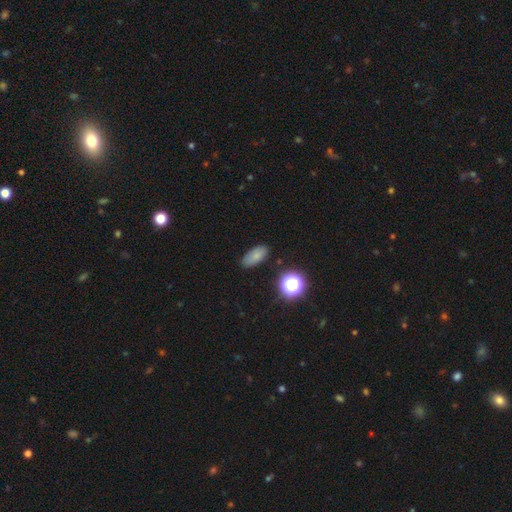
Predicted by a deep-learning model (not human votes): This appears to be a smooth galaxy with no disk features (76%) that is in between round and cigar-shaped (86%). Merging: none (83%).